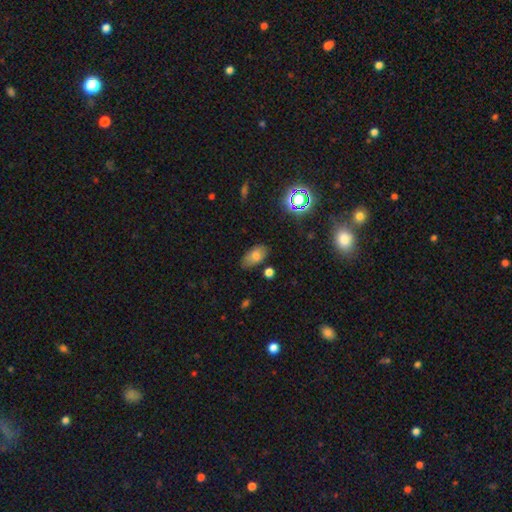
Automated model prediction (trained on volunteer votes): A smooth galaxy with no disk features (75%) that is in between round and cigar-shaped (91%). Merging: none (73%).